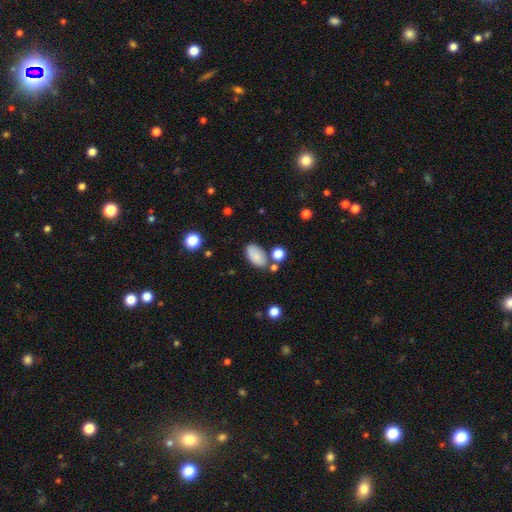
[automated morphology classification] smooth-or-featured: smooth: 84% | star or artifact: 8% | featured or disk: 8%
  how-rounded: in between: 94% | round: 4% | cigar-shaped: 2%
  merging: none: 69% | minor disturbance: 16% | merger: 11% | major disturbance: 5%